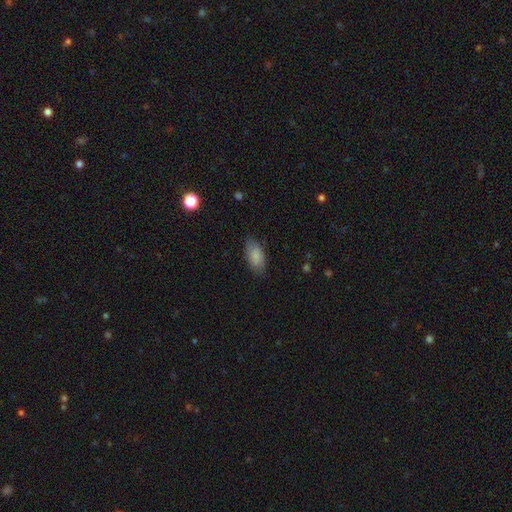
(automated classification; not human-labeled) Smooth or featured? smooth (84%)
How rounded? in between (92%)
Merging? none (78%)